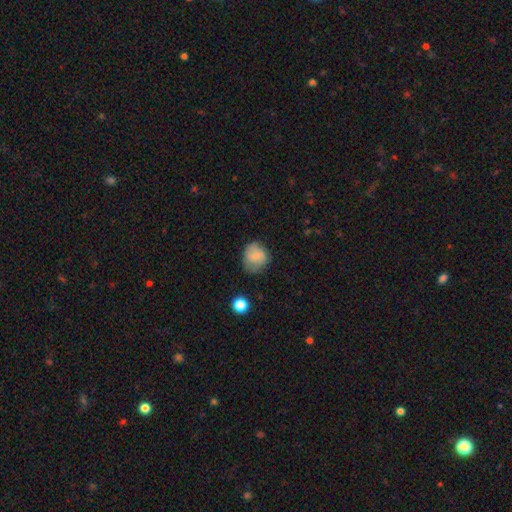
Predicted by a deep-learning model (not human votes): Smooth or featured? Predicted: smooth (p=0.76). How rounded? Predicted: round (p=0.73). Merging? Predicted: none (p=0.62).